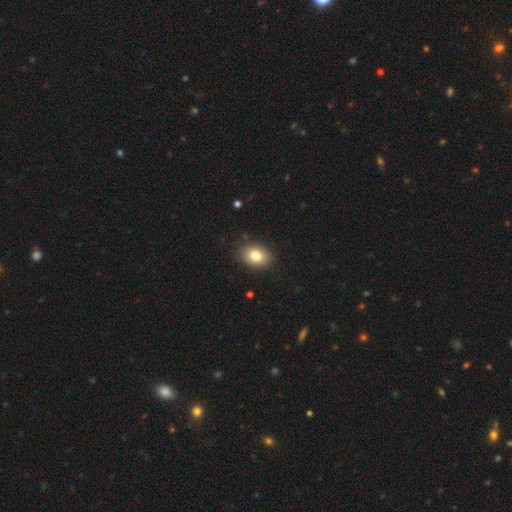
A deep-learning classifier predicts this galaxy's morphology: smooth 81%, featured or disk 10%, star or artifact 10%. Down the decision tree: how rounded — in between (70%); merging — none (86%).